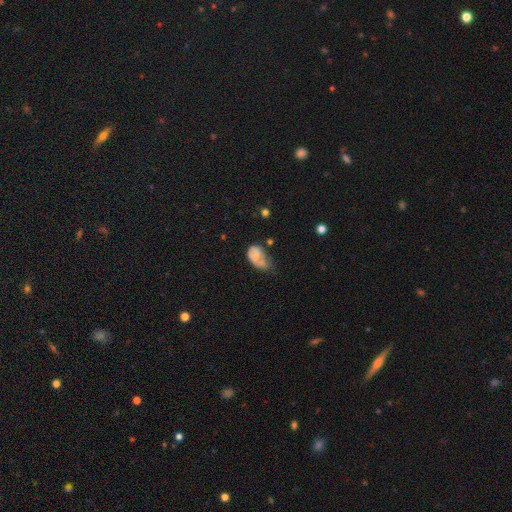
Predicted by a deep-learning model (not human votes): Morphology: type=smooth (60%); roundness=in between (84%); merging=minor disturbance (36%).